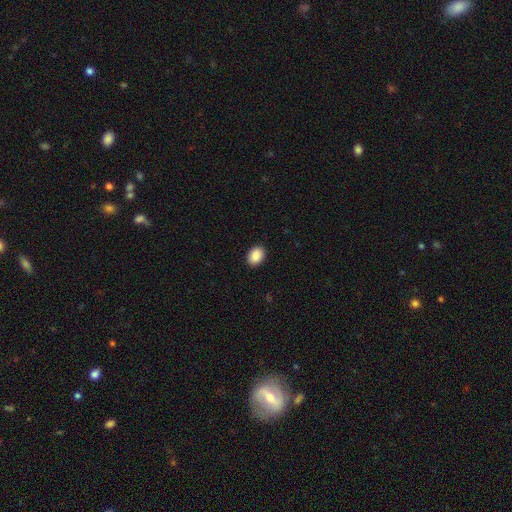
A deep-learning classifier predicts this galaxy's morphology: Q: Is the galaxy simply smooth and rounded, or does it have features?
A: smooth — 89%.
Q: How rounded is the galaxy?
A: in between — 73%.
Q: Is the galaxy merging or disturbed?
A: none — 91%.